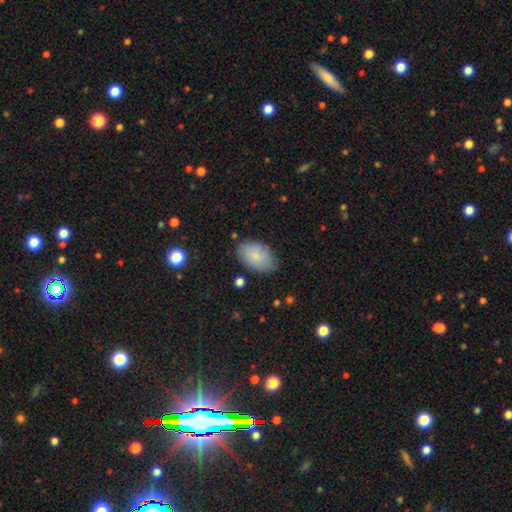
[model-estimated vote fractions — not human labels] Smooth or featured? smooth (84%)
How rounded? in between (93%)
Merging? none (82%)